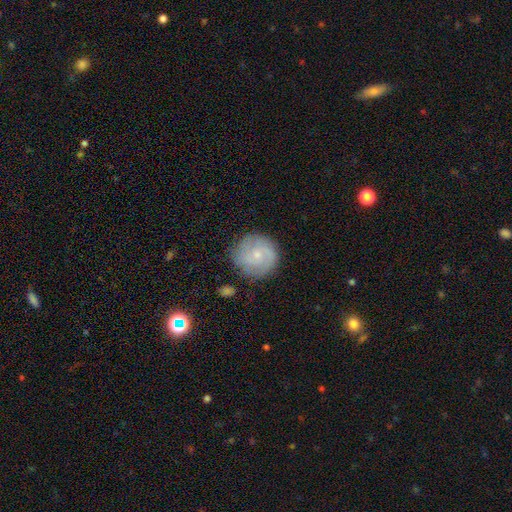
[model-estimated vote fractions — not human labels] Smooth or featured?
  - featured or disk: 54% *
  - smooth: 39%
  - star or artifact: 8%
Edge-on disk?
  - no: 98% *
  - yes: 2%
Bar?
  - no: 74% *
  - weak: 23%
  - strong: 3%
Spiral arms?
  - yes: 83% *
  - no: 17%
Bulge size?
  - small: 77% *
  - moderate: 18%
  - none: 3%
  - large: 1%
  - dominant: 1%
Merging?
  - none: 80% *
  - minor disturbance: 14%
  - major disturbance: 4%
  - merger: 2%